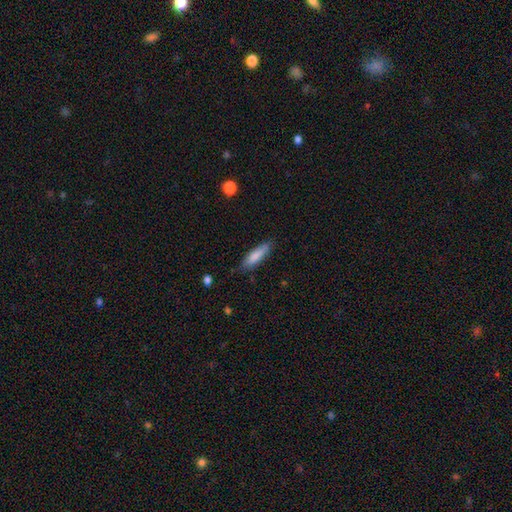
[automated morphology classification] Q: Smooth or featured?
A: smooth (81%); runner-up: featured or disk (13%)
Q: How rounded?
A: cigar-shaped (60%); runner-up: in between (38%)
Q: Merging?
A: none (75%); runner-up: minor disturbance (20%)